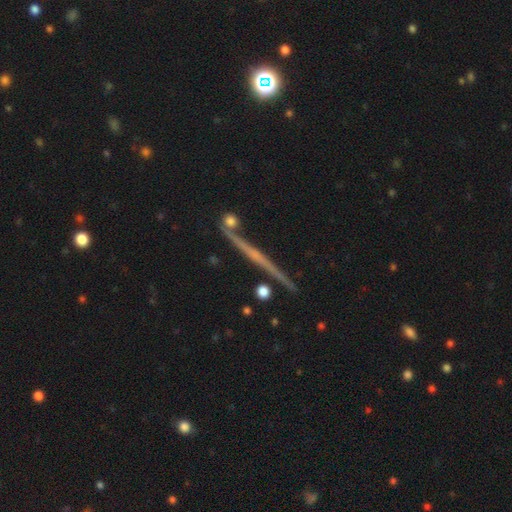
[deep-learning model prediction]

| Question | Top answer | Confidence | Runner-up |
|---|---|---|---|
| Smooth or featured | featured or disk | 74% | smooth (17%) |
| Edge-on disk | yes | 97% | no (3%) |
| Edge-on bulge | none | 61% | rounded (30%) |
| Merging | none | 82% | minor disturbance (9%) |